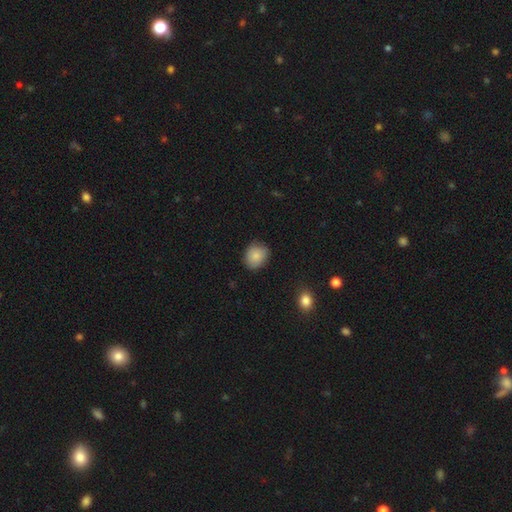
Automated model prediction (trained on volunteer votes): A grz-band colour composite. It shows a smooth galaxy with no disk features (85%) that is round (64%). Merging: none (81%).